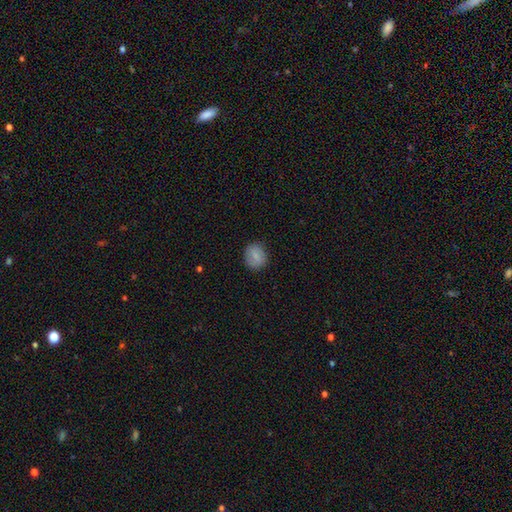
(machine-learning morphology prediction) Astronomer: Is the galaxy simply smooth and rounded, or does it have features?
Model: smooth — 76%.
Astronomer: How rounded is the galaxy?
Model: round — 75%.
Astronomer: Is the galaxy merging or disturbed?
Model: none — 86%.